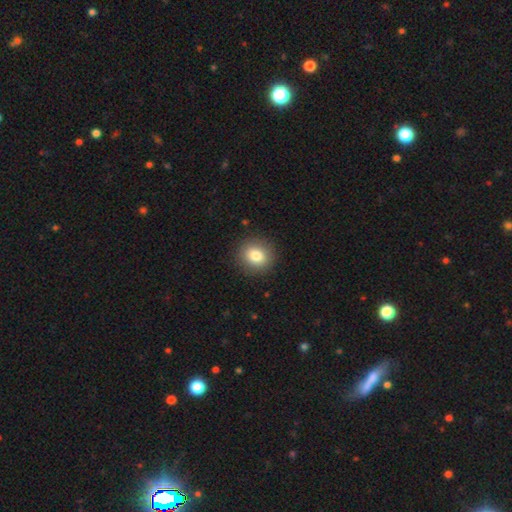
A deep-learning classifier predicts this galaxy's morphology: A smooth galaxy with no disk features (82%) that is round (84%). Merging: none (90%).